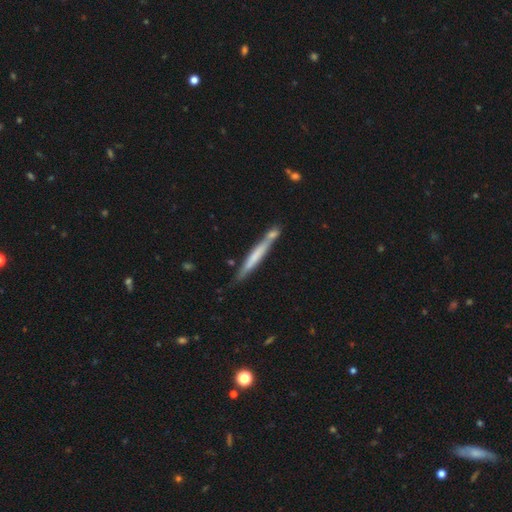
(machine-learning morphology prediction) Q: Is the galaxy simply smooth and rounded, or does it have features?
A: smooth — 48%.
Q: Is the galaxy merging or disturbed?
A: none — 69%.